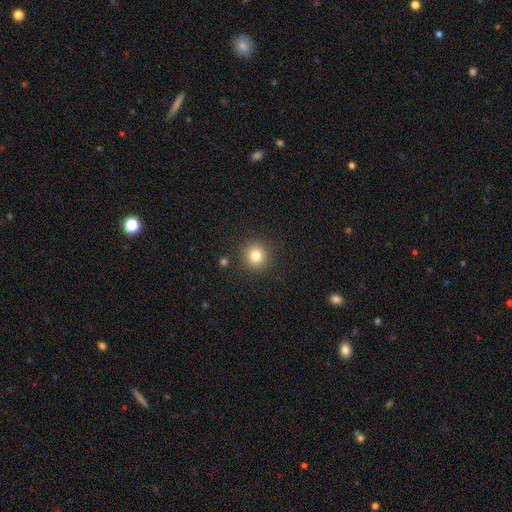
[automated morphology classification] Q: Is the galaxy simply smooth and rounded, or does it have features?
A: smooth — 80%.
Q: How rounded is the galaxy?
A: round — 92%.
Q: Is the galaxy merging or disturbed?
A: none — 89%.